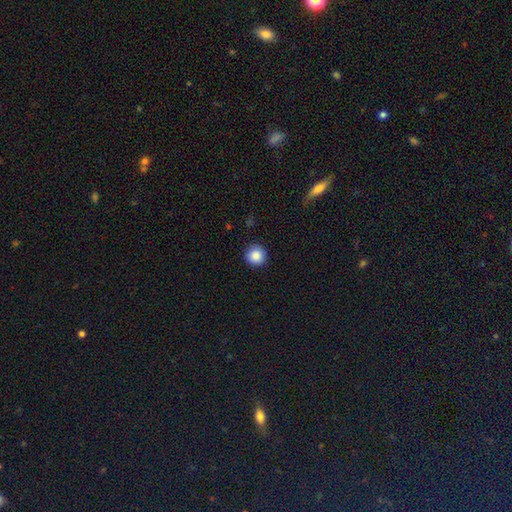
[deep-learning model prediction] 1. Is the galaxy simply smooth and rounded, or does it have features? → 88% smooth, 9% star or artifact, 3% featured or disk.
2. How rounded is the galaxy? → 95% round, 4% in between, 1% cigar-shaped.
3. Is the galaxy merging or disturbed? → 91% none, 6% minor disturbance, 2% major disturbance, 1% merger.